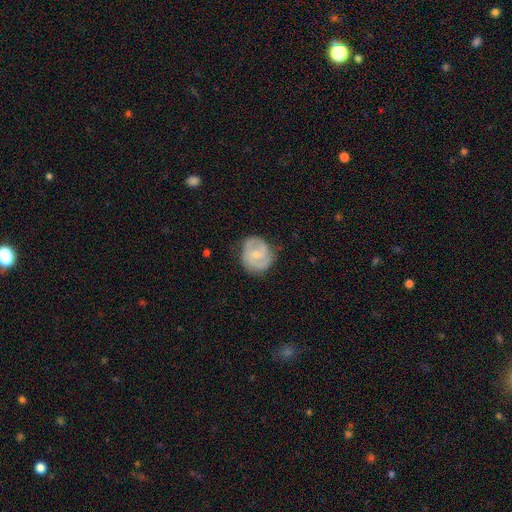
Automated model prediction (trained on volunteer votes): The model was most divided on "spiral winding": tight: 46%, medium: 40%, loose: 14%. More confident: edge-on disk — no (98%); spiral arms — yes (84%); merging — none (68%); smooth or featured — featured or disk (63%); bulge size — small (61%); bar — no (59%); spiral arm count — 2 (57%).